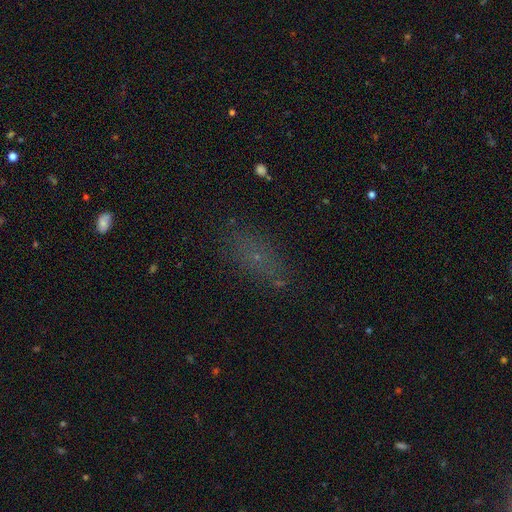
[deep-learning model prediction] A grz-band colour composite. It shows a smooth galaxy with no disk features (54%) that is in between round and cigar-shaped (72%). Merging: none (73%).